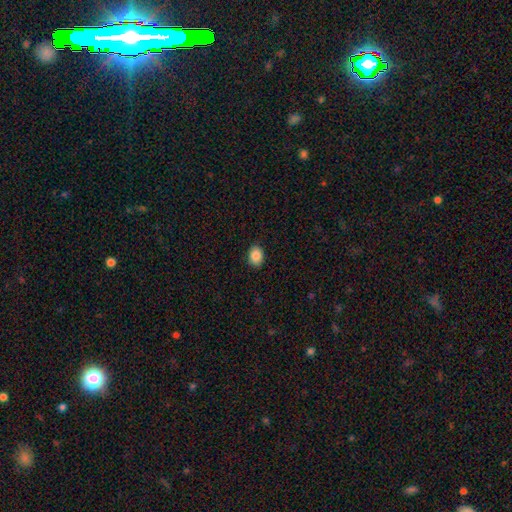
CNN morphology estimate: smooth-or-featured: smooth: 87% | star or artifact: 8% | featured or disk: 4%
  how-rounded: in between: 67% | round: 32% | cigar-shaped: 1%
  merging: none: 89% | minor disturbance: 8% | major disturbance: 2% | merger: 1%